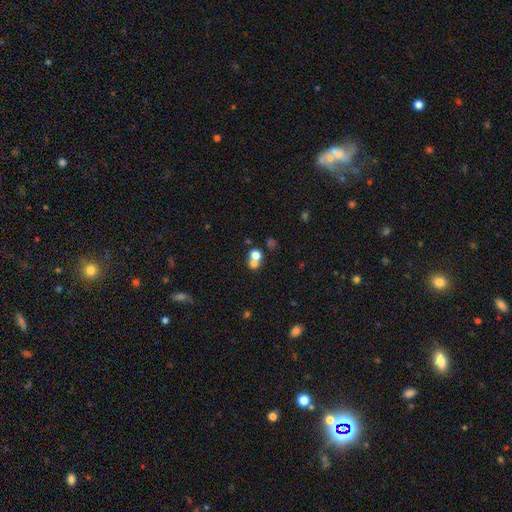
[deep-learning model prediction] smooth_or_featured: smooth (p=0.70) [alt: star or artifact p=0.15]
how_rounded: round (p=0.77) [alt: in between p=0.22]
merging: merger (p=0.53) [alt: none p=0.37]